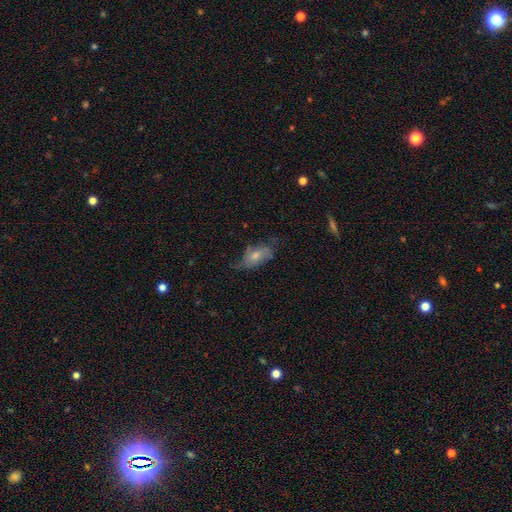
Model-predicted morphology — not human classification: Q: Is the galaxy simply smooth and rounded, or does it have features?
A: smooth — 60%.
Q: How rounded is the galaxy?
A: in between — 88%.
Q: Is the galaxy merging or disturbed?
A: none — 45%.